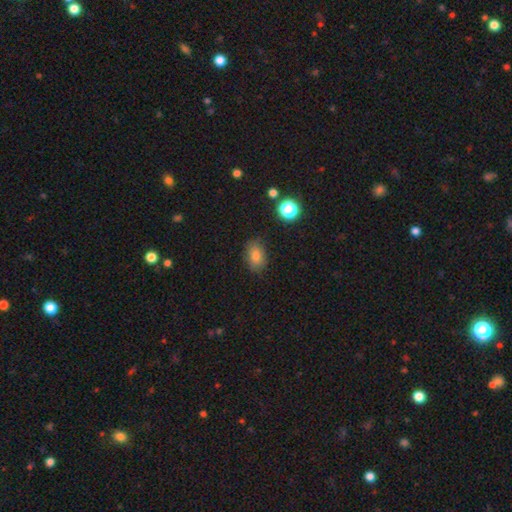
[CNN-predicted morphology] The model was most divided on "how rounded": in between: 81%, round: 18%, cigar-shaped: 2%. More confident: merging — none (83%); smooth or featured — smooth (81%).